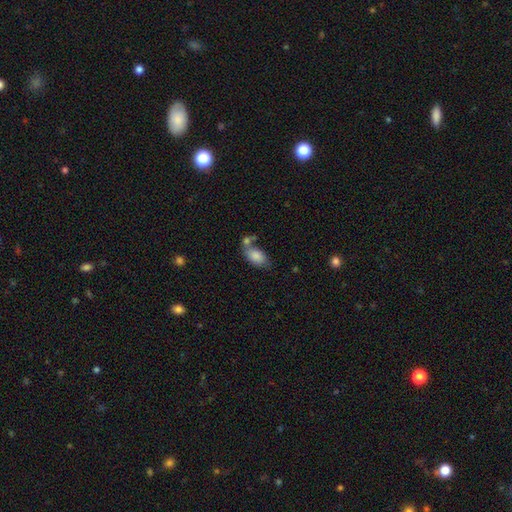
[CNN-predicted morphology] The model was most divided on "merging": none: 46%, merger: 28%, minor disturbance: 18%, major disturbance: 7%. More confident: how rounded — in between (92%); smooth or featured — smooth (82%).